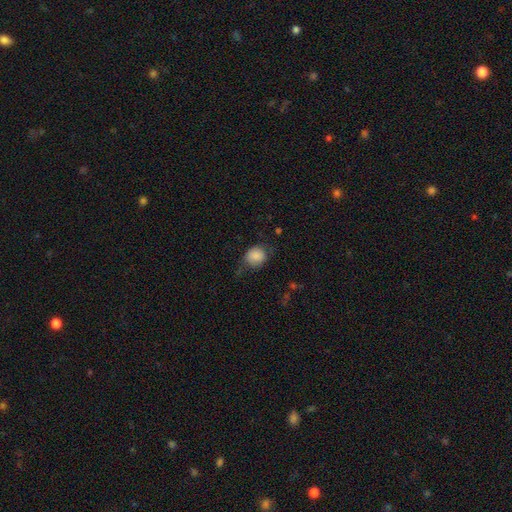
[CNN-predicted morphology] Smooth or featured: smooth — 84% (star or artifact — 9%)
How rounded: round — 71% (in between — 28%)
Merging: none — 60% (minor disturbance — 28%)